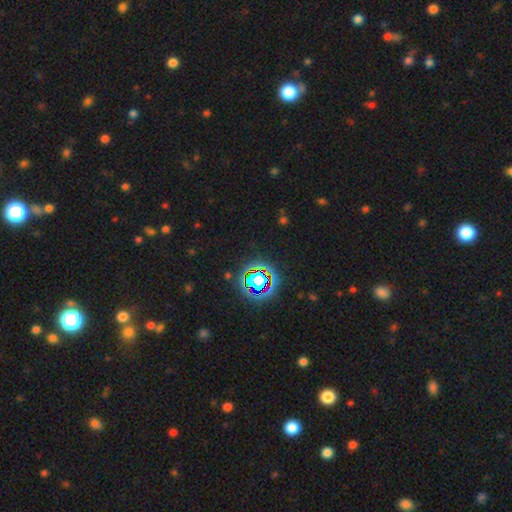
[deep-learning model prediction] This is likely a star or artifact rather than a galaxy (78%).